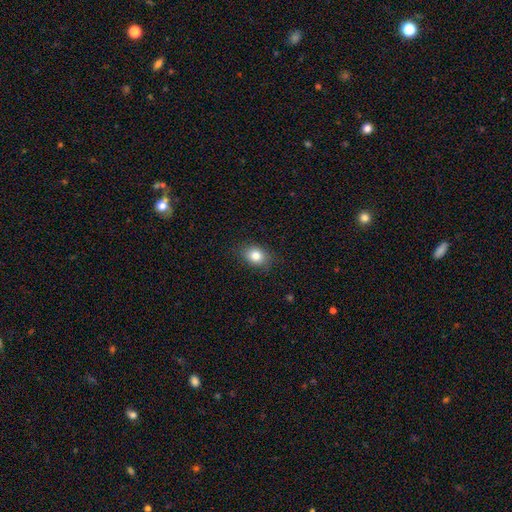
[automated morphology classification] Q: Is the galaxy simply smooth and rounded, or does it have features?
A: smooth — 83%.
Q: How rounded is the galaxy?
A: in between — 63%.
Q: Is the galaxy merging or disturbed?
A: none — 85%.